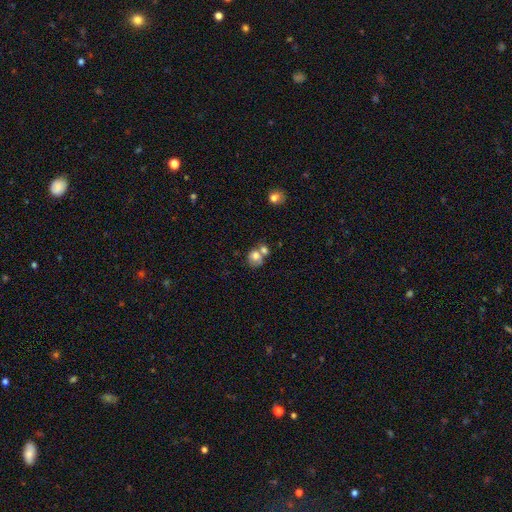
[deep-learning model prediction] Morphology: type=smooth (73%); roundness=round (71%); merging=merger (51%).